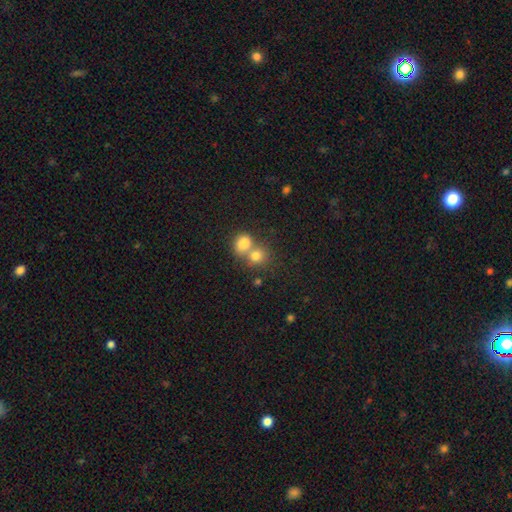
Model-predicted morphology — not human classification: Smooth or featured? smooth (78%)
How rounded? round (73%)
Merging? merger (55%)